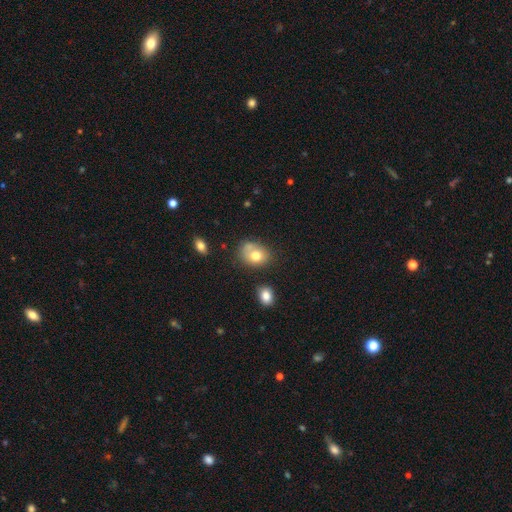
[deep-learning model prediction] This appears to be a smooth galaxy with no disk features (73%) that is in between round and cigar-shaped (57%). Merging: none (50%).